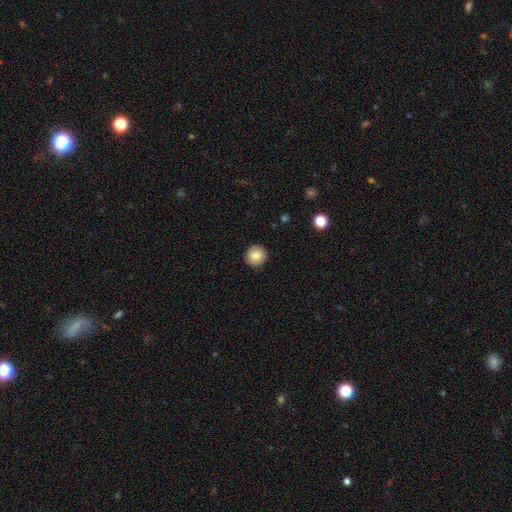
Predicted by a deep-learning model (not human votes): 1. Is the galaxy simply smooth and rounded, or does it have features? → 84% smooth, 8% star or artifact, 7% featured or disk.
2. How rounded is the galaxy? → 95% round, 4% in between, 1% cigar-shaped.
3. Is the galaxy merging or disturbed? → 91% none, 6% minor disturbance, 2% major disturbance, 1% merger.